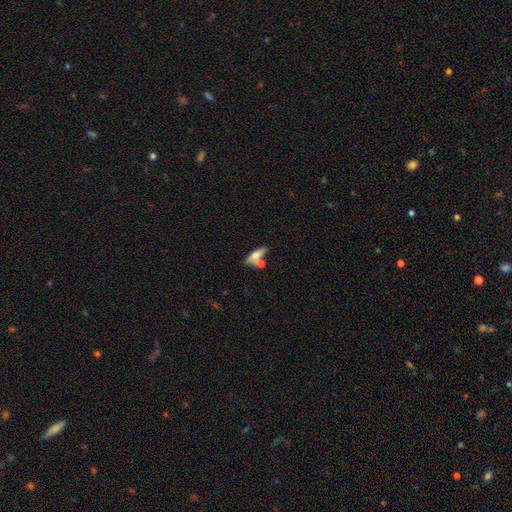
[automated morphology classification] A smooth galaxy with no disk features (60%) that is in between round and cigar-shaped (55%).

Vote fractions:
- Smooth or featured? smooth: 60% / featured or disk: 33% / star or artifact: 7%
- How rounded? in between: 55% / cigar-shaped: 41% / round: 4%
- Merging? none: 50% / merger: 30% / minor disturbance: 14% / major disturbance: 5%